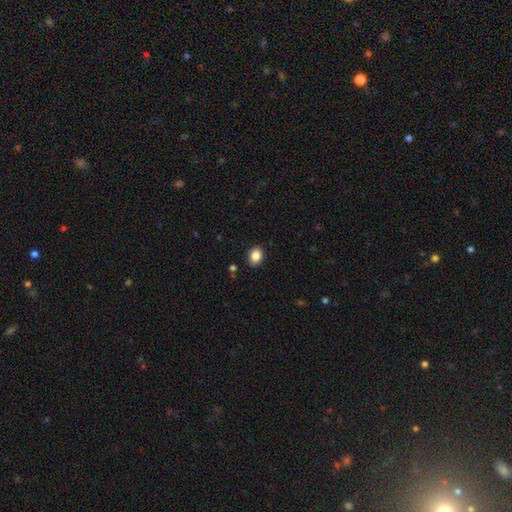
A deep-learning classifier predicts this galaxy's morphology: The model was most divided on "how rounded": in between: 65%, round: 34%, cigar-shaped: 1%. More confident: merging — none (89%); smooth or featured — smooth (87%).